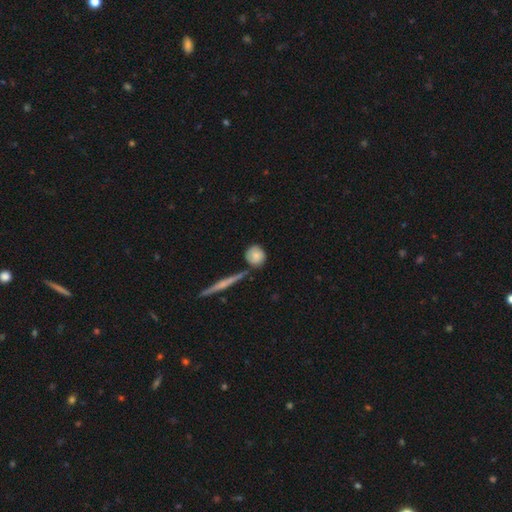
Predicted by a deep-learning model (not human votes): A smooth galaxy with no disk features (78%) that is round (81%).

Vote fractions:
- Smooth or featured? smooth: 78% / featured or disk: 15% / star or artifact: 7%
- How rounded? round: 81% / in between: 15% / cigar-shaped: 4%
- Merging? none: 73% / minor disturbance: 14% / merger: 9% / major disturbance: 3%